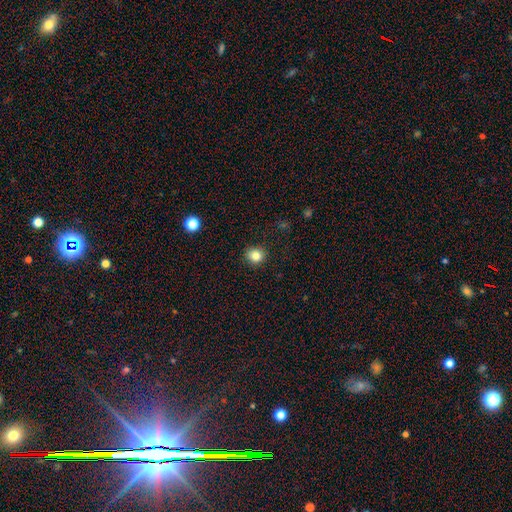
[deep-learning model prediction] Q: Smooth or featured?
A: smooth (83%); runner-up: star or artifact (11%)
Q: How rounded?
A: round (87%); runner-up: in between (12%)
Q: Merging?
A: none (91%); runner-up: minor disturbance (6%)